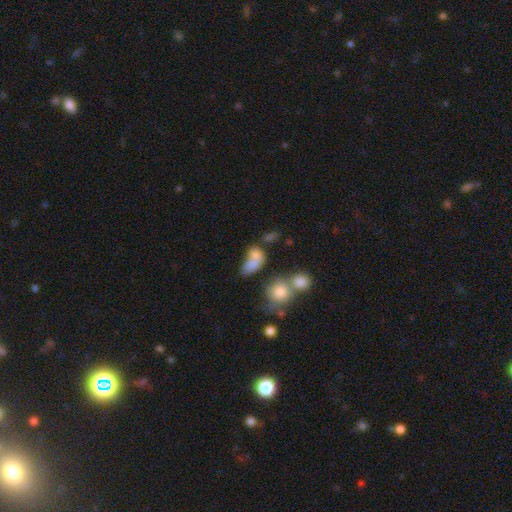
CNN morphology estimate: Overall: smooth (73%). How rounded: in between (72%). Merging: merger (46%; none 27%).